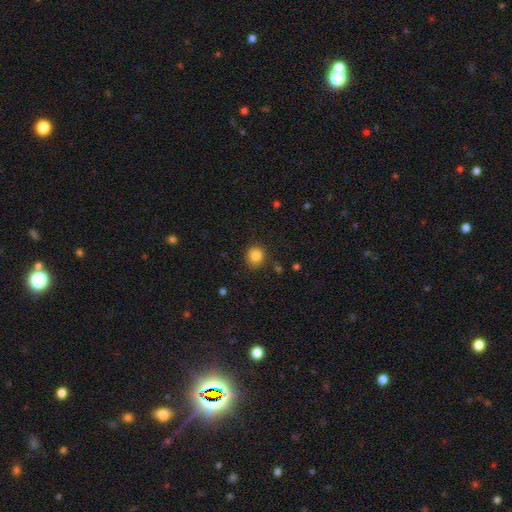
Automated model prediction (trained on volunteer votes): Smooth or featured? Predicted: smooth (p=0.85). How rounded? Predicted: round (p=0.82). Merging? Predicted: none (p=0.85).